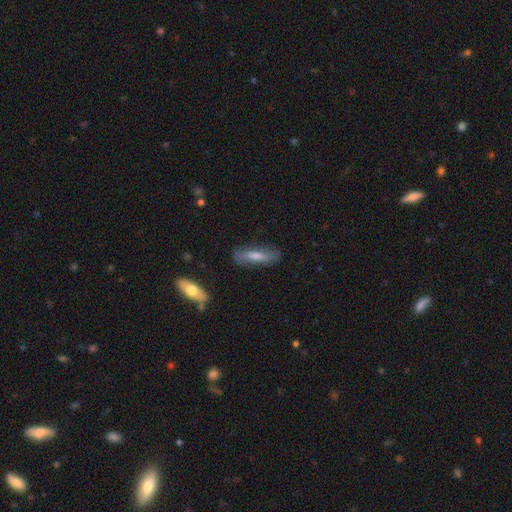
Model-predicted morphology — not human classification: Overall: smooth (54%; featured or disk 38%). How rounded: cigar-shaped (64%; in between 34%). Merging: none (78%).